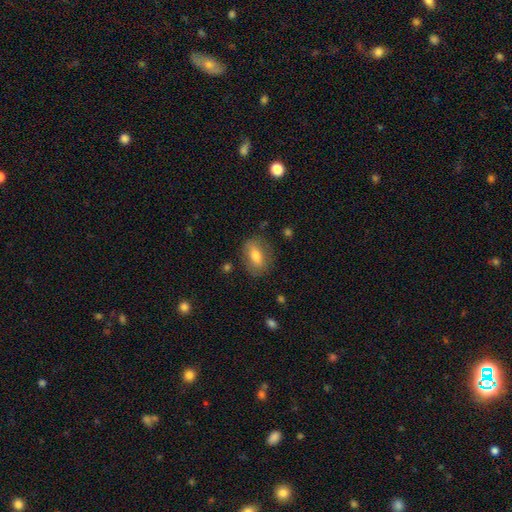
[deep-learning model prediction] Morphology: type=smooth (71%); roundness=in between (77%); merging=none (79%).